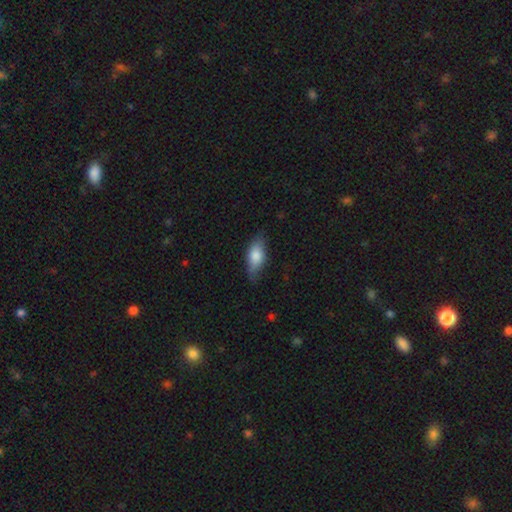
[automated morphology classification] The model was most divided on "merging": none: 70%, minor disturbance: 24%, major disturbance: 5%, merger: 1%. More confident: how rounded — in between (82%); smooth or featured — smooth (78%).